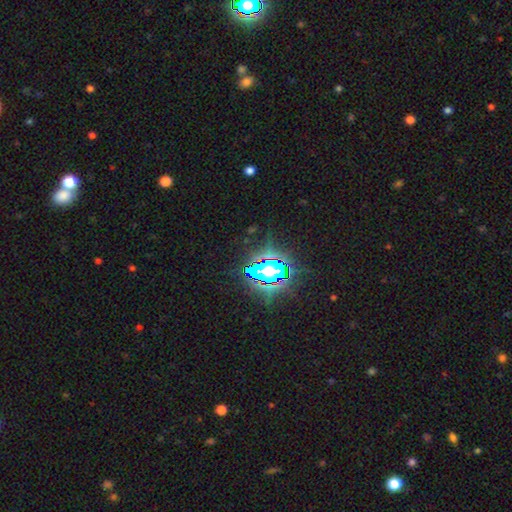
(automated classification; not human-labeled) Q: Smooth or featured?
A: star or artifact (79%); runner-up: smooth (12%)